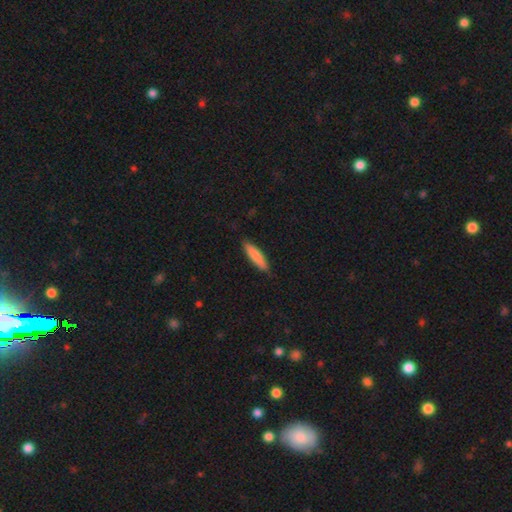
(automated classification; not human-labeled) Morphology: type=smooth (82%); roundness=cigar-shaped (79%); merging=none (86%).